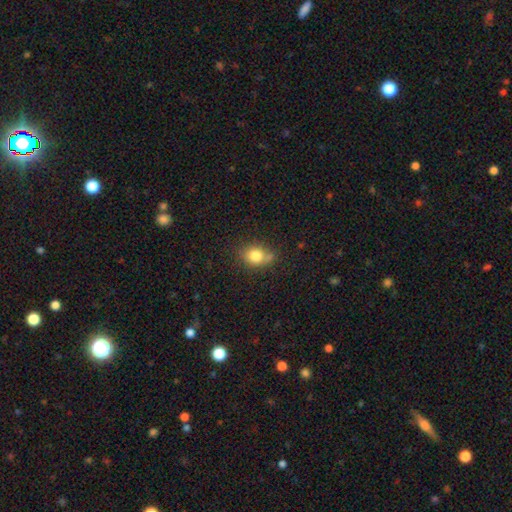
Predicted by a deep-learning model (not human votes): Smooth or featured: smooth — 80% (star or artifact — 11%)
How rounded: in between — 52% (round — 46%)
Merging: none — 60% (minor disturbance — 26%)